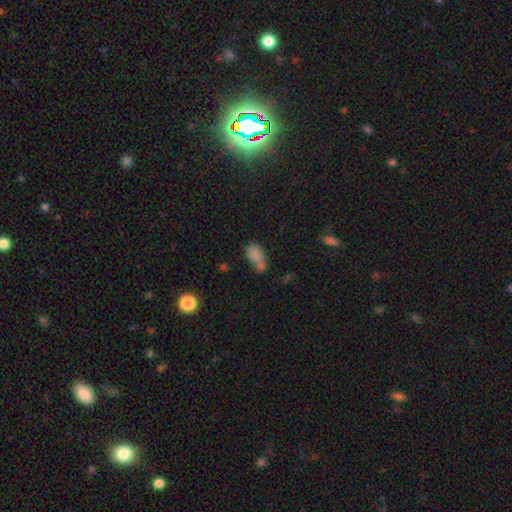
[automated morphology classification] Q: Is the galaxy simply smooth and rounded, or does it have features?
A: smooth — 77%.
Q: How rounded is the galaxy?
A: in between — 87%.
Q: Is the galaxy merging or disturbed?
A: none — 35%.